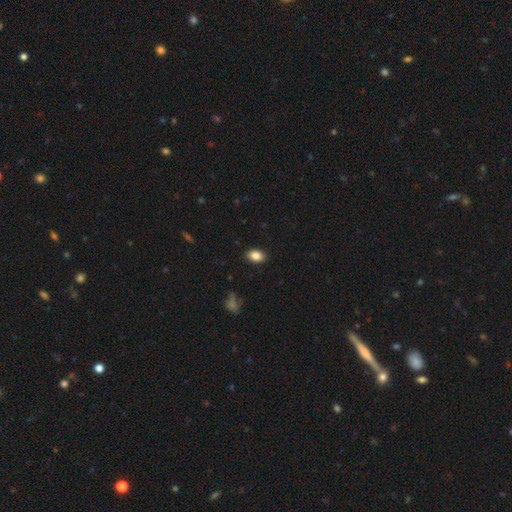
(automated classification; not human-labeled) A smooth galaxy with no disk features (86%) that is in between round and cigar-shaped (86%).

Vote fractions:
- Smooth or featured? smooth: 86% / star or artifact: 9% / featured or disk: 5%
- How rounded? in between: 86% / round: 12% / cigar-shaped: 1%
- Merging? none: 88% / minor disturbance: 9% / major disturbance: 2% / merger: 1%